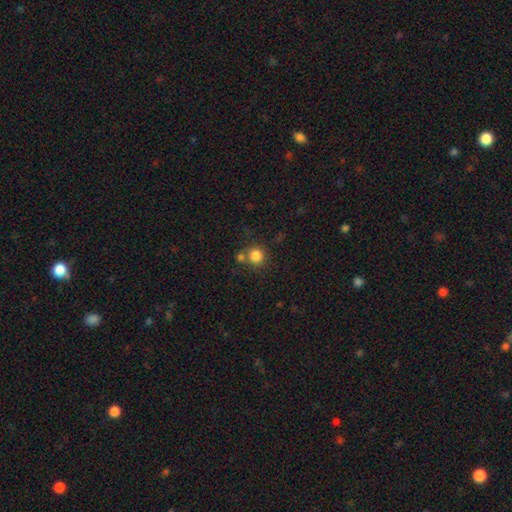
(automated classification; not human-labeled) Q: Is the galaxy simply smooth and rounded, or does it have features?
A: smooth — 83%.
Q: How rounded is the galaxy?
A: round — 90%.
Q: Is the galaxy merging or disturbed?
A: none — 64%.